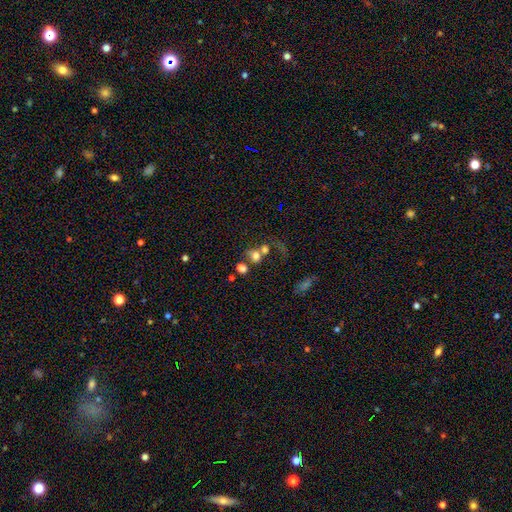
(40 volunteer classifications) This is likely a smooth galaxy (72%). How rounded: likely round (76%). Merging: marginally none (35%, tied with merger).